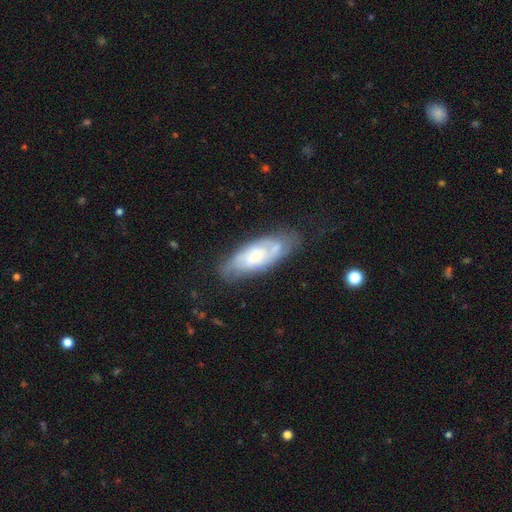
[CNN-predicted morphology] smooth_or_featured: featured or disk (p=0.67) [alt: smooth p=0.27]
disk_edge_on: no (p=0.88) [alt: yes p=0.12]
bar: no (p=0.70) [alt: weak p=0.25]
has_spiral_arms: yes (p=0.83) [alt: no p=0.17]
bulge_size: small (p=0.57) [alt: moderate p=0.36]
merging: none (p=0.69) [alt: minor disturbance p=0.21]